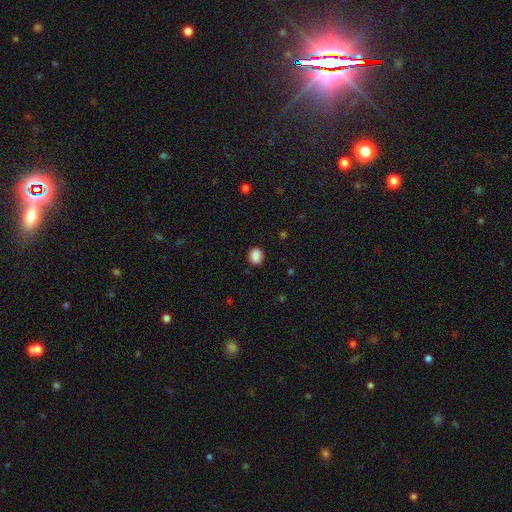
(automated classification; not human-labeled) Morphology: type=smooth (86%); roundness=round (61%); merging=none (86%).